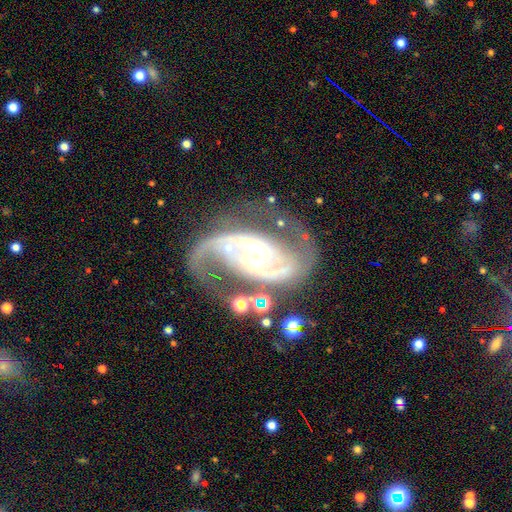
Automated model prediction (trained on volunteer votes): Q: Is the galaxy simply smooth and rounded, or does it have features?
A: featured or disk — 93%.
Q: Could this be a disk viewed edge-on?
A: no — 97%.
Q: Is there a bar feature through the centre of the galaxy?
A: no — 42%.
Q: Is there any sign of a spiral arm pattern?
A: yes — 98%.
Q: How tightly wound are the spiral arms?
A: medium — 58%.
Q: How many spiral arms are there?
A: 2 — 91%.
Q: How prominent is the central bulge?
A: moderate — 56%.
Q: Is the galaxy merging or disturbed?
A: none — 61%.